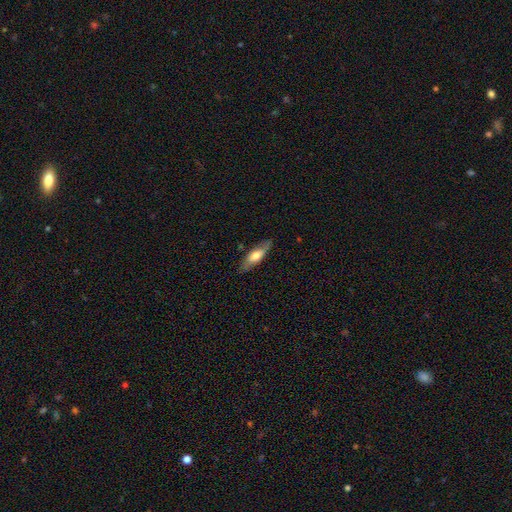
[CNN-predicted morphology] Smooth or featured? Predicted: smooth (p=0.60). How rounded? Predicted: in between (p=0.52). Merging? Predicted: none (p=0.82).